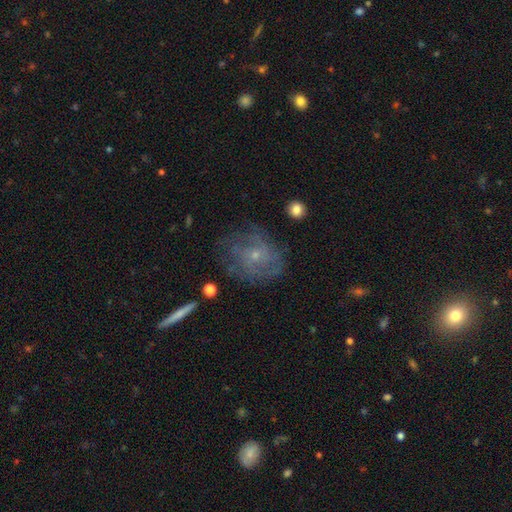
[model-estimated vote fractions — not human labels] smooth_or_featured: featured or disk (p=0.61) [alt: smooth p=0.28]
disk_edge_on: no (p=0.95) [alt: yes p=0.05]
bar: no (p=0.81) [alt: weak p=0.16]
has_spiral_arms: yes (p=0.69) [alt: no p=0.31]
bulge_size: small (p=0.76) [alt: moderate p=0.19]
merging: none (p=0.64) [alt: minor disturbance p=0.21]